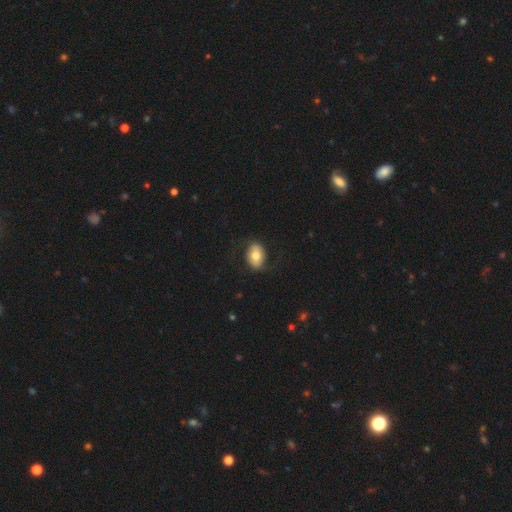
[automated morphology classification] Smooth or featured? smooth (68%)
How rounded? in between (80%)
Merging? none (76%)